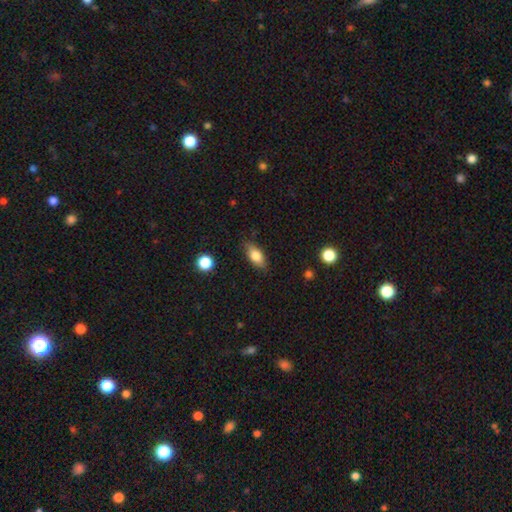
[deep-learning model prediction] Smooth or featured? smooth (76%)
How rounded? in between (83%)
Merging? none (82%)